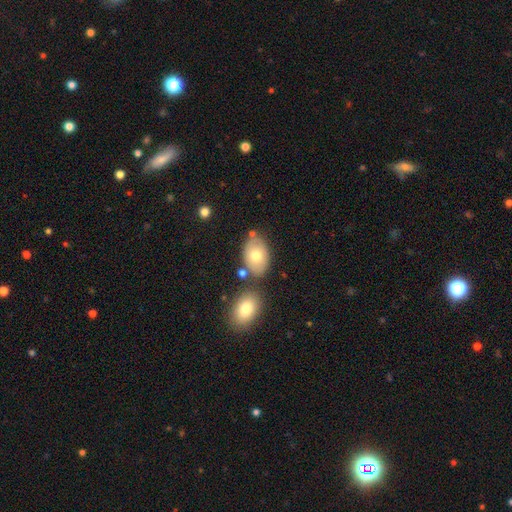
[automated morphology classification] smooth_or_featured: smooth (p=0.73) [alt: featured or disk p=0.19]
how_rounded: in between (p=0.86) [alt: round p=0.12]
merging: none (p=0.68) [alt: minor disturbance p=0.14]